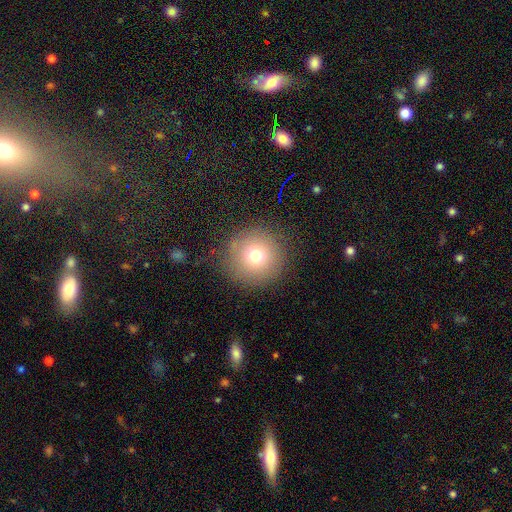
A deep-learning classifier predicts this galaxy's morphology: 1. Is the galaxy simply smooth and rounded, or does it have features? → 73% smooth, 15% star or artifact, 13% featured or disk.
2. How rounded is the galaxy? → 96% round, 3% in between, 1% cigar-shaped.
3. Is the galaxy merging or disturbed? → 86% none, 9% minor disturbance, 4% major disturbance, 1% merger.